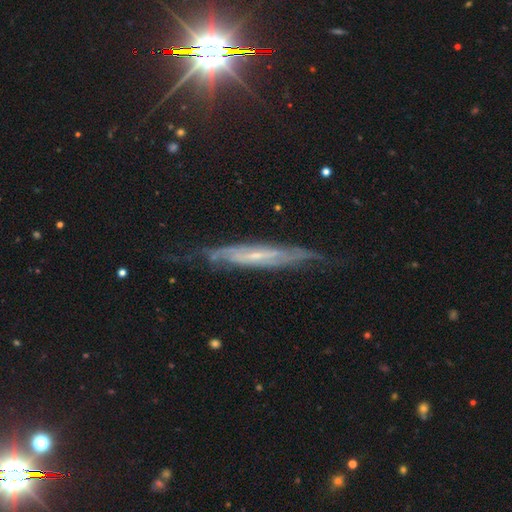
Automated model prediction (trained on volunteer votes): smooth_or_featured: featured or disk (p=0.76) [alt: smooth p=0.16]
disk_edge_on: yes (p=0.59) [alt: no p=0.41]
merging: none (p=0.68) [alt: minor disturbance p=0.23]